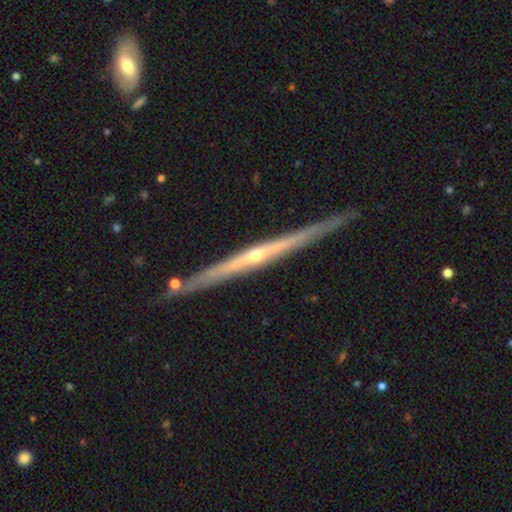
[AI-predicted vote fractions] Overall: featured or disk (84%). Edge-on disk: yes (98%). Edge-on bulge: rounded (67%; none 29%). Merging: none (88%).